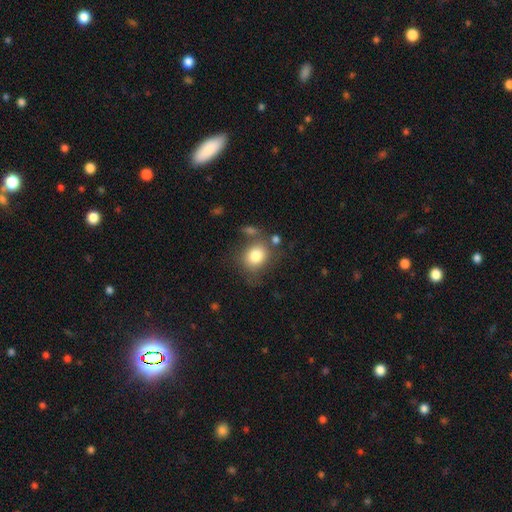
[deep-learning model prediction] Q: Smooth or featured?
A: smooth (81%); runner-up: featured or disk (10%)
Q: How rounded?
A: round (61%); runner-up: in between (38%)
Q: Merging?
A: none (63%); runner-up: minor disturbance (19%)